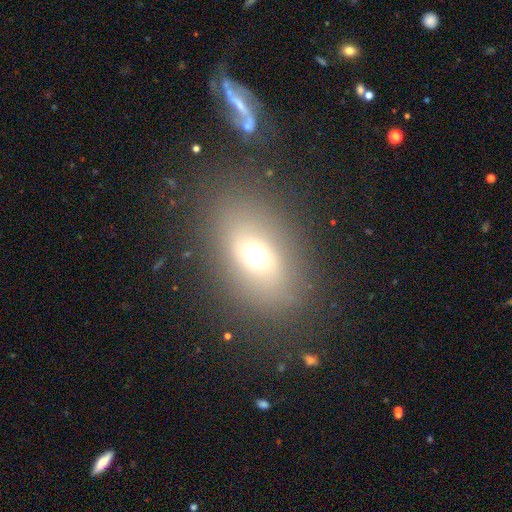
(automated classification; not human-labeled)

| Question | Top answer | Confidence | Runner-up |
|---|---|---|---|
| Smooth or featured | smooth | 57% | featured or disk (27%) |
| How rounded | in between | 76% | round (21%) |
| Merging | none | 79% | minor disturbance (12%) |